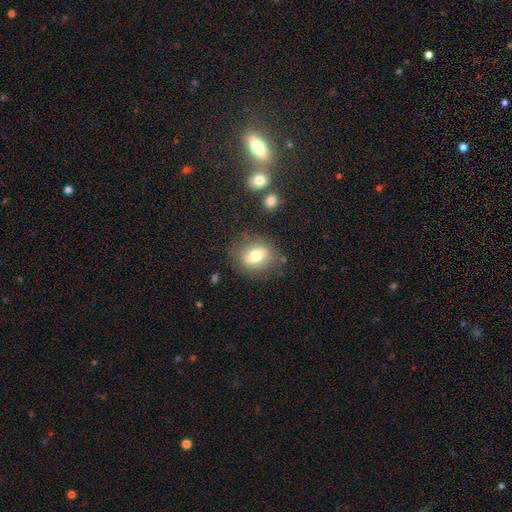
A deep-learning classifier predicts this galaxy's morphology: Smooth or featured? Predicted: smooth (p=0.65). How rounded? Predicted: in between (p=0.57). Merging? Predicted: none (p=0.78).